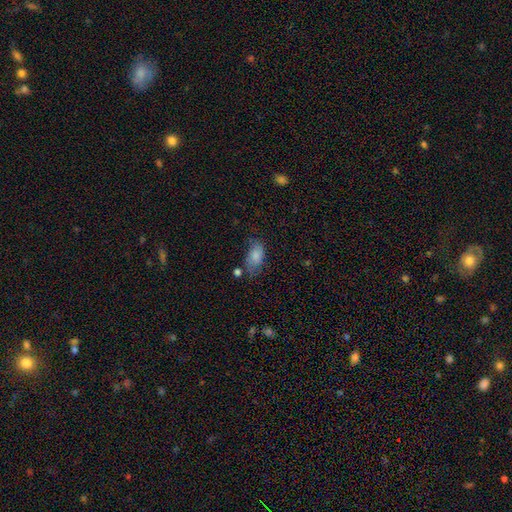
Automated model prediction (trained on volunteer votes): smooth 77%, featured or disk 15%, star or artifact 8%. Down the decision tree: how rounded — in between (91%); merging — none (51%).